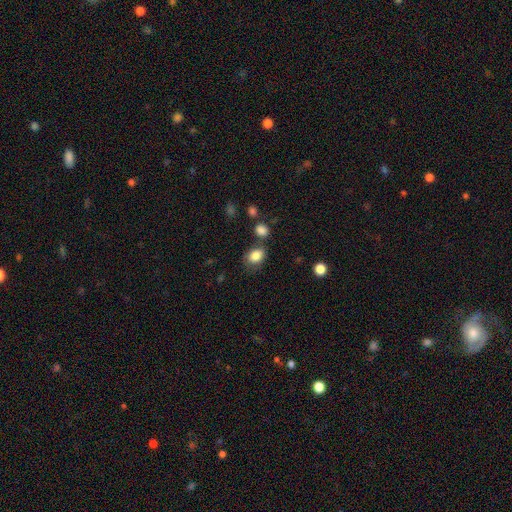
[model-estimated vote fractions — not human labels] A smooth galaxy with no disk features (85%) that is in between round and cigar-shaped (66%). Merging: none (66%).